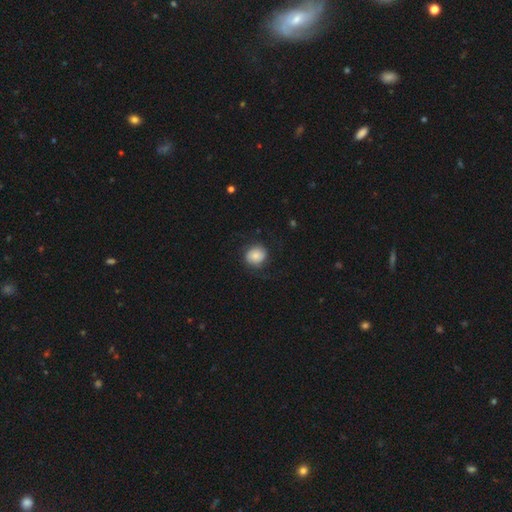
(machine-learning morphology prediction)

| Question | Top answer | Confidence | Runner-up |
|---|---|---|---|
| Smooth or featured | smooth | 72% | featured or disk (20%) |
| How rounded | round | 80% | in between (20%) |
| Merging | none | 74% | minor disturbance (17%) |